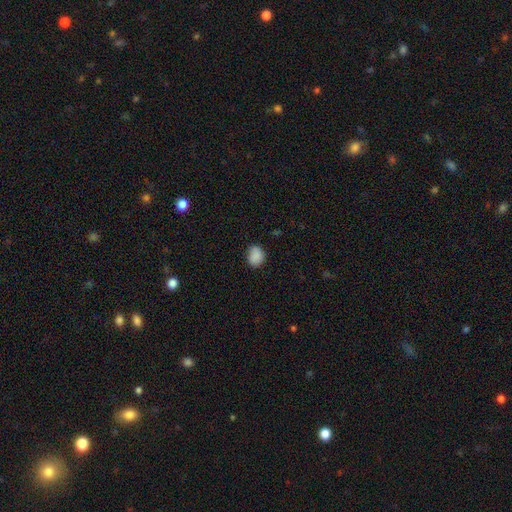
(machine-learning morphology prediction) smooth 87%, star or artifact 9%, featured or disk 5%. Down the decision tree: how rounded — in between (51%); merging — none (76%).